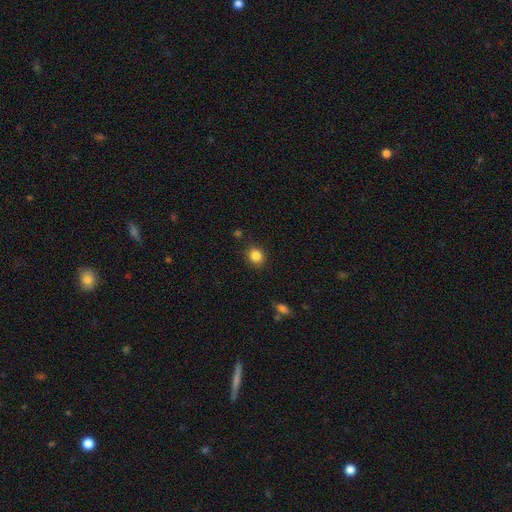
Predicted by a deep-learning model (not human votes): Overall: smooth (86%). How rounded: round (75%). Merging: none (87%).